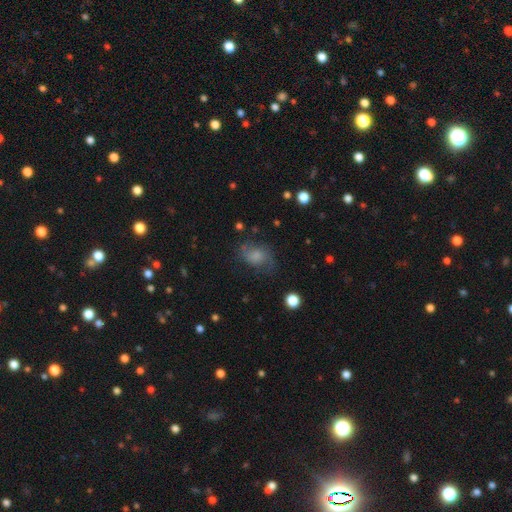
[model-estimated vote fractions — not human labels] smooth_or_featured: smooth (p=0.60) [alt: featured or disk p=0.26]
how_rounded: in between (p=0.70) [alt: round p=0.28]
merging: none (p=0.58) [alt: minor disturbance p=0.25]